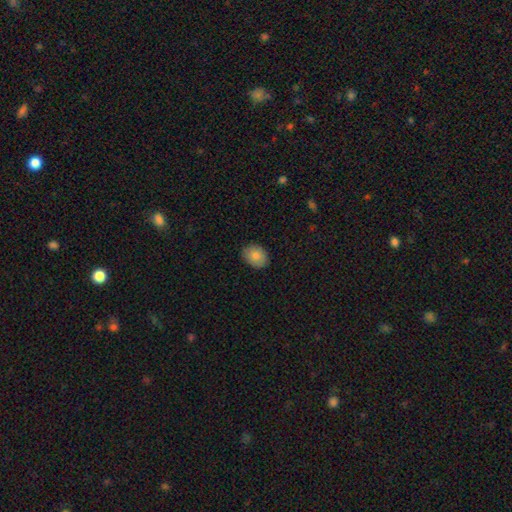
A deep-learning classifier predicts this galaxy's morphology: smooth-or-featured: smooth: 85% | featured or disk: 8% | star or artifact: 8%
  how-rounded: in between: 64% | round: 35% | cigar-shaped: 1%
  merging: none: 86% | minor disturbance: 11% | major disturbance: 2% | merger: 1%